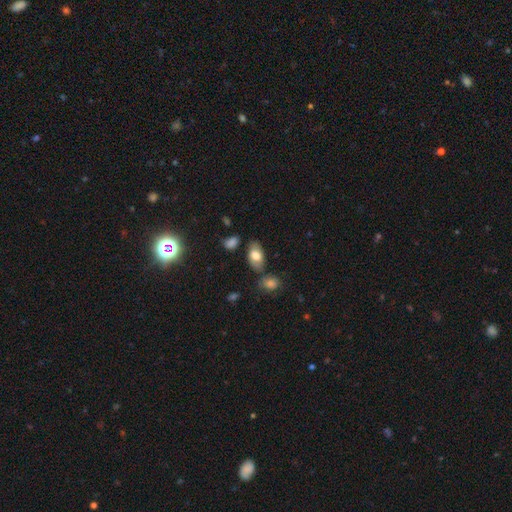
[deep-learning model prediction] Q: Smooth or featured?
A: smooth (74%); runner-up: featured or disk (19%)
Q: How rounded?
A: in between (94%); runner-up: round (4%)
Q: Merging?
A: none (74%); runner-up: minor disturbance (15%)